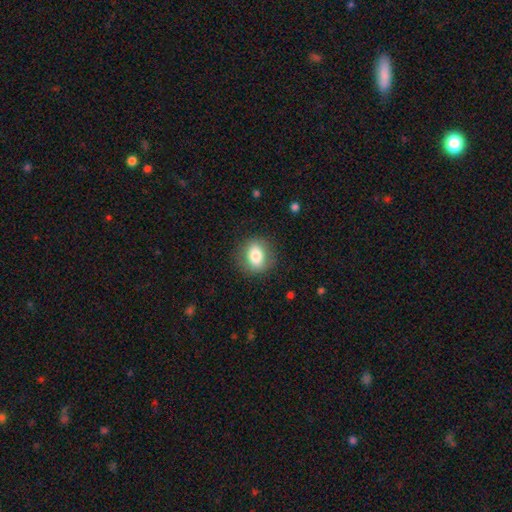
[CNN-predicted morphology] A smooth galaxy with no disk features (79%) that is round (52%). Merging: none (84%).